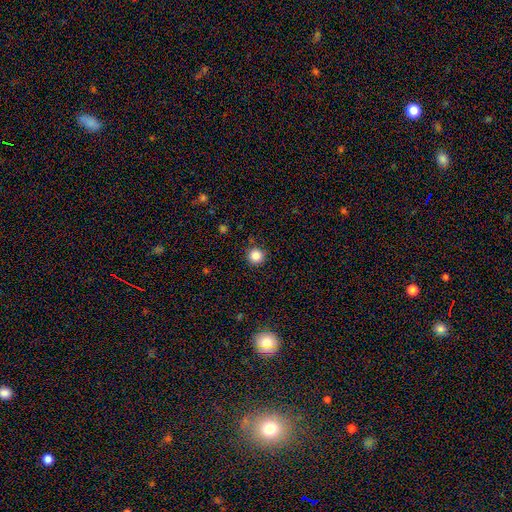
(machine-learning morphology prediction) This is clearly a smooth galaxy (85%). How rounded: clearly round (96%). Merging: clearly none (90%).